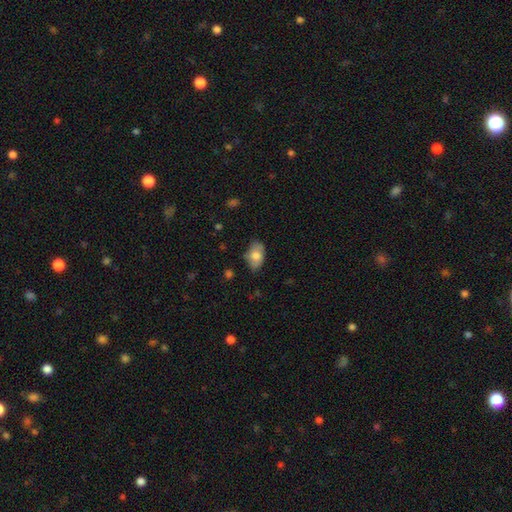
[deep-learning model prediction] Overall: smooth (75%). How rounded: in between (90%). Merging: none (70%).